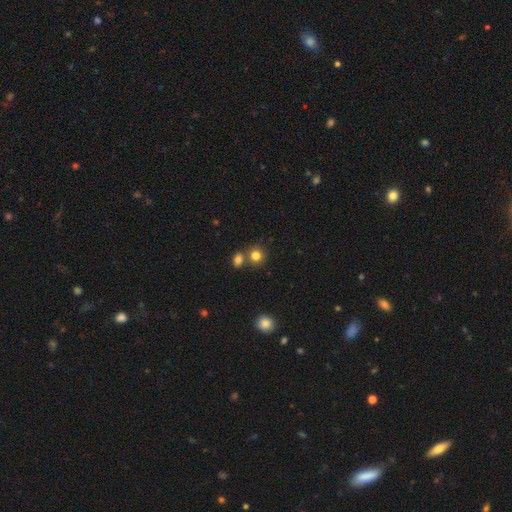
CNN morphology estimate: type=smooth (81%); roundness=round (83%); merging=none (63%).